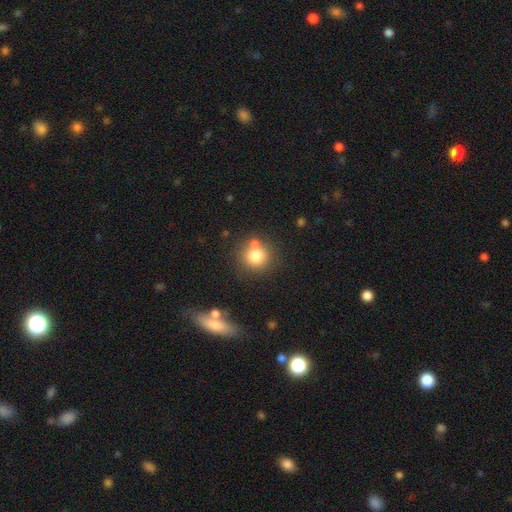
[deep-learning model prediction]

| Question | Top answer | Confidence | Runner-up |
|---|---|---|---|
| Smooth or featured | smooth | 78% | star or artifact (11%) |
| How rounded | round | 91% | in between (8%) |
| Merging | none | 67% | merger (18%) |